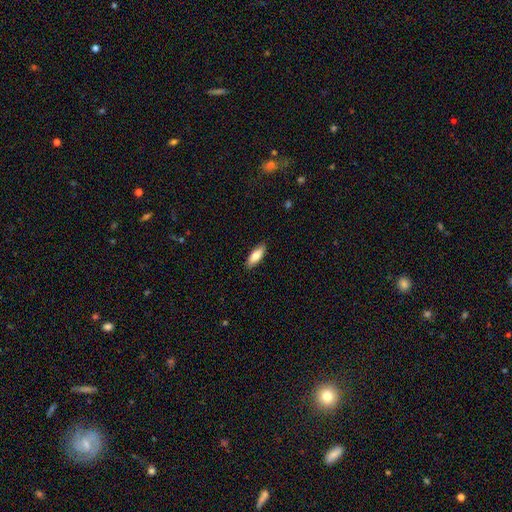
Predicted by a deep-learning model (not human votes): This appears to be a smooth galaxy with no disk features (79%) that is in between round and cigar-shaped (69%). Merging: none (88%).